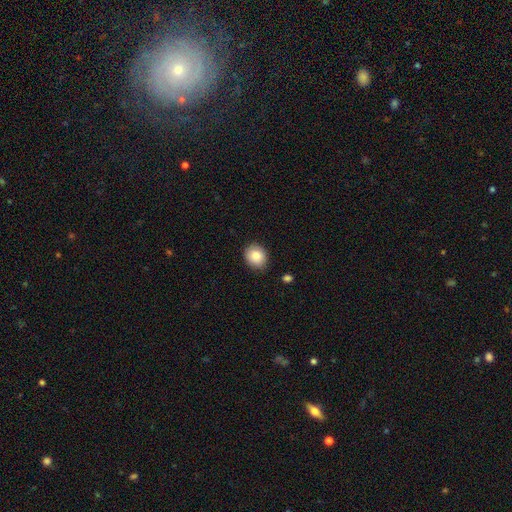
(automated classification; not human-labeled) A smooth galaxy with no disk features (85%) that is round (70%).

Vote fractions:
- Smooth or featured? smooth: 85% / star or artifact: 8% / featured or disk: 7%
- How rounded? round: 70% / in between: 29% / cigar-shaped: 1%
- Merging? none: 87% / minor disturbance: 9% / major disturbance: 2% / merger: 1%